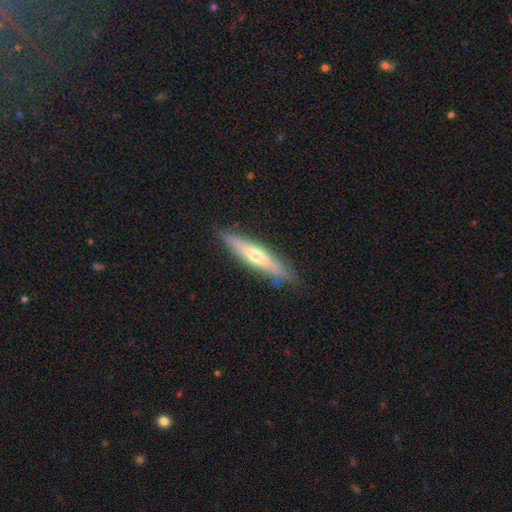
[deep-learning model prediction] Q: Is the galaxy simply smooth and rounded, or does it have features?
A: featured or disk — 50%.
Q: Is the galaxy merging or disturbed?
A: none — 85%.